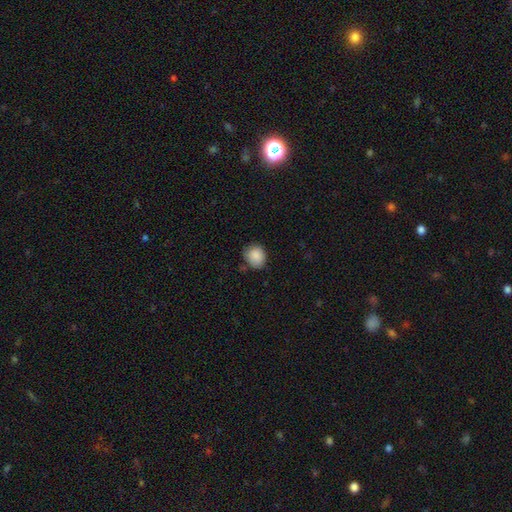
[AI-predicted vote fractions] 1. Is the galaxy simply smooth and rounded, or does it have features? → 87% smooth, 8% star or artifact, 5% featured or disk.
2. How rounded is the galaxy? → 74% round, 26% in between, 1% cigar-shaped.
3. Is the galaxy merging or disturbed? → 74% none, 20% minor disturbance, 3% major disturbance, 2% merger.